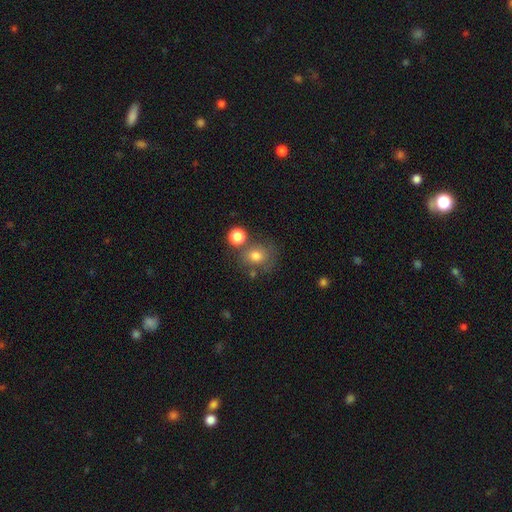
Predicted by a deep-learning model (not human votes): This appears to be a smooth galaxy with no disk features (76%) that is round (72%). Merging: none (59%).